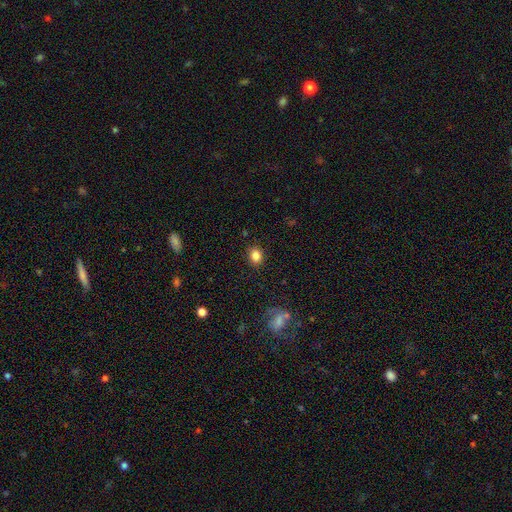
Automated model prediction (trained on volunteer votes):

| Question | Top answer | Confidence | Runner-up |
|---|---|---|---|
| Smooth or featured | smooth | 84% | star or artifact (11%) |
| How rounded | round | 53% | in between (46%) |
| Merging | none | 88% | minor disturbance (8%) |